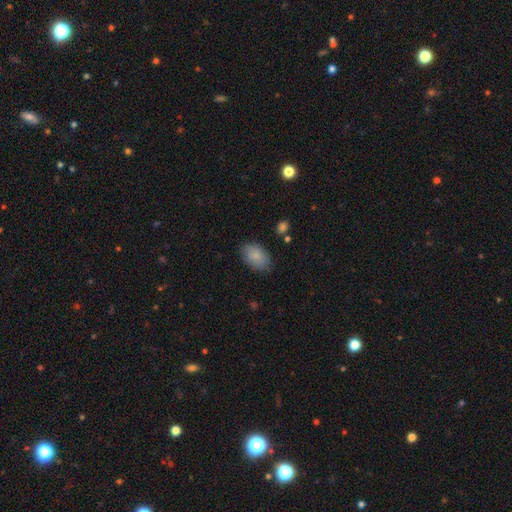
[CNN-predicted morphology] smooth_or_featured: smooth (p=0.86) [alt: featured or disk p=0.07]
how_rounded: in between (p=0.86) [alt: round p=0.13]
merging: none (p=0.80) [alt: minor disturbance p=0.15]